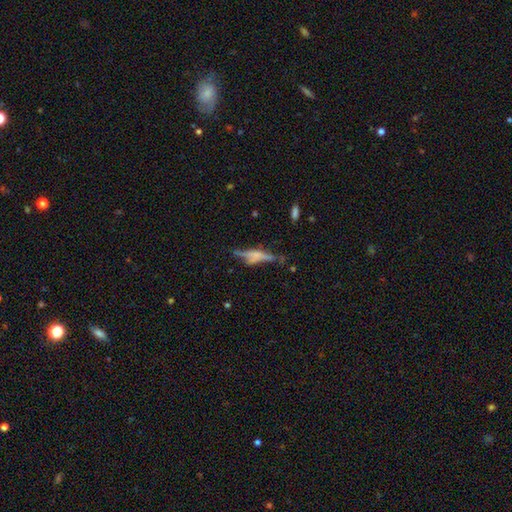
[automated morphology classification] smooth-or-featured: featured or disk: 54% | smooth: 34% | star or artifact: 11%
  disk-edge-on: yes: 87% | no: 13%
  merging: none: 56% | minor disturbance: 20% | merger: 13% | major disturbance: 11%